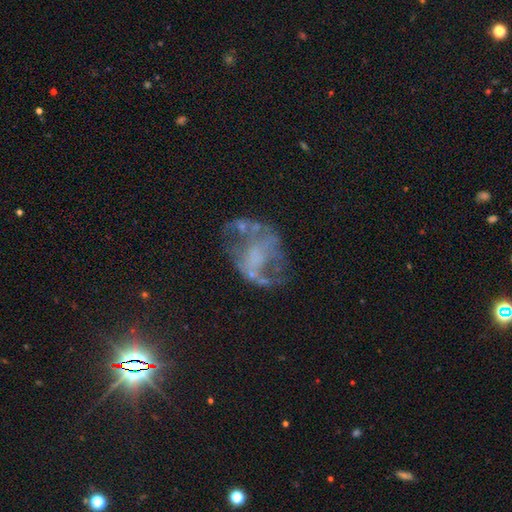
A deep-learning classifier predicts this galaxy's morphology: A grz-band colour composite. It shows a featured or disk galaxy (67%) with no bar (72%), no spiral arms (61%) and no central bulge (58%). Merging: none (45%).